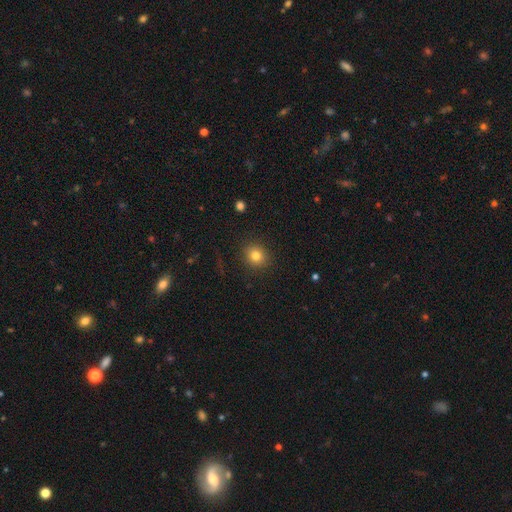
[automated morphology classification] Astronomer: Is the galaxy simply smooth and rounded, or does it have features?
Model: smooth — 81%.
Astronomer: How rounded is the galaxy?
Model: round — 81%.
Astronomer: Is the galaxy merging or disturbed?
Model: none — 90%.